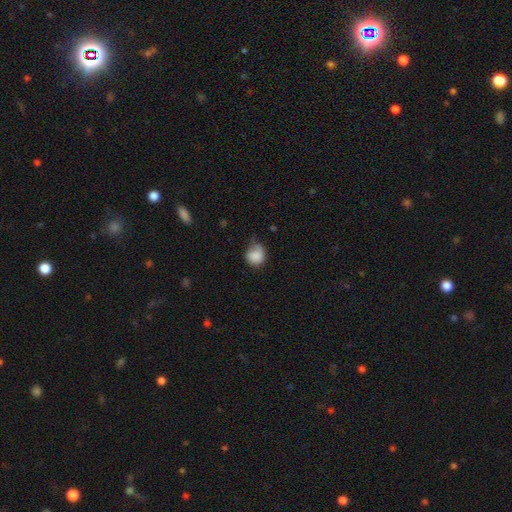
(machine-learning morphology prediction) The model was most divided on "merging": minor disturbance: 40%, none: 38%, major disturbance: 18%, merger: 4%. More confident: smooth or featured — smooth (82%); how rounded — round (72%).